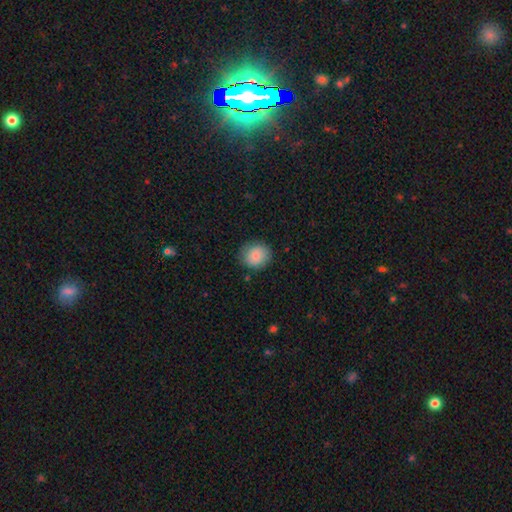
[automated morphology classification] Smooth or featured: smooth — 83% (featured or disk — 9%)
How rounded: round — 80% (in between — 20%)
Merging: none — 84% (minor disturbance — 12%)